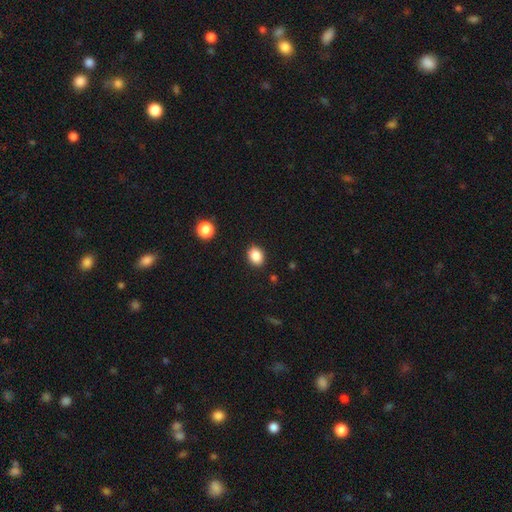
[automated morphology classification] smooth 87%, star or artifact 9%, featured or disk 3%. Down the decision tree: how rounded — in between (57%); merging — none (89%).